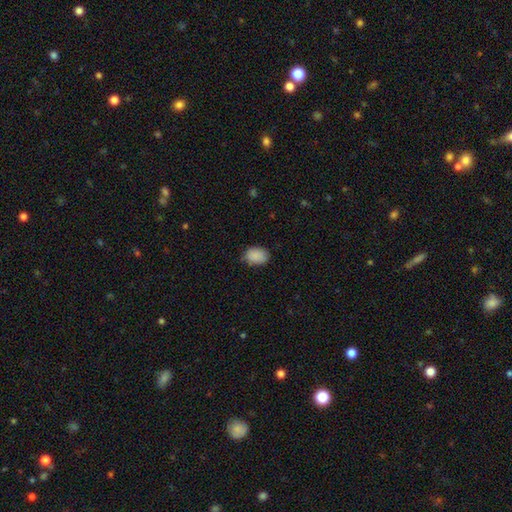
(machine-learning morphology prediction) Smooth or featured? smooth (88%)
How rounded? in between (78%)
Merging? none (74%)